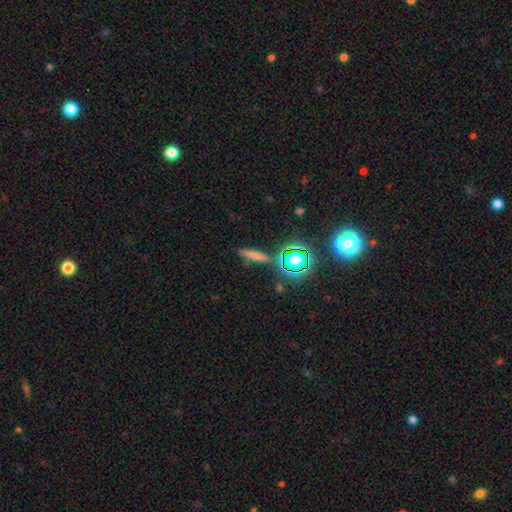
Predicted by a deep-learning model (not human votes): Smooth or featured? smooth (64%)
How rounded? cigar-shaped (81%)
Merging? none (76%)